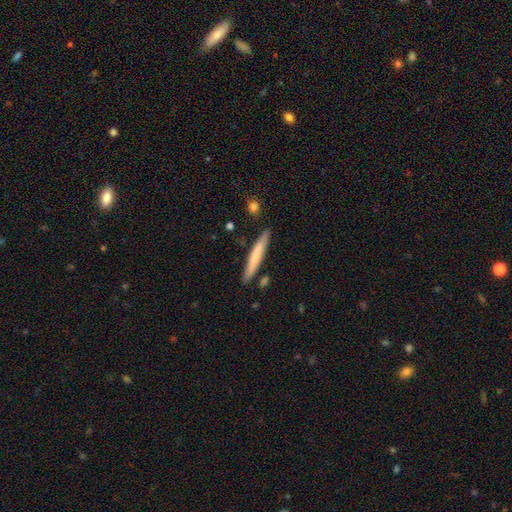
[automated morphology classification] The model was most divided on "smooth or featured": smooth: 64%, featured or disk: 31%, star or artifact: 6%. More confident: how rounded — cigar-shaped (94%); merging — none (85%).